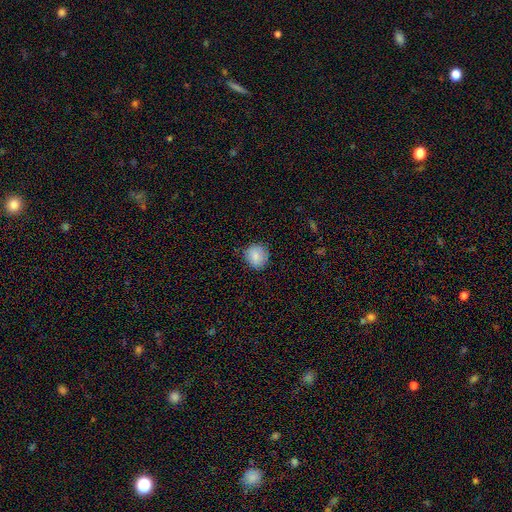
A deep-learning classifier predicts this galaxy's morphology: This is clearly a smooth galaxy (85%). How rounded: clearly round (85%). Merging: clearly none (82%).